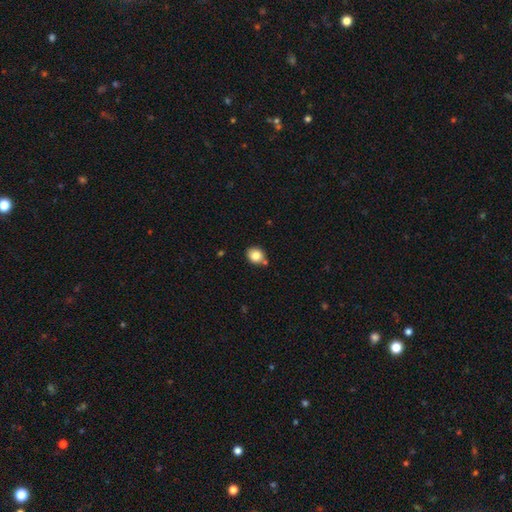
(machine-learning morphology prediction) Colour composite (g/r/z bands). It shows a smooth galaxy with no disk features (83%) that is round (70%). Merging: none (71%).